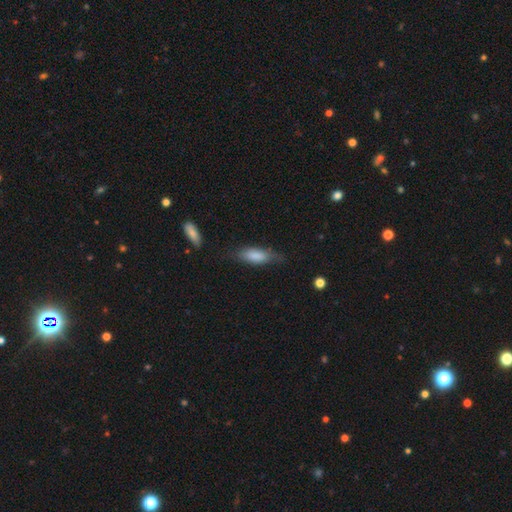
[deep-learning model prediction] Smooth or featured? Predicted: smooth (p=0.81). How rounded? Predicted: in between (p=0.66). Merging? Predicted: none (p=0.65).